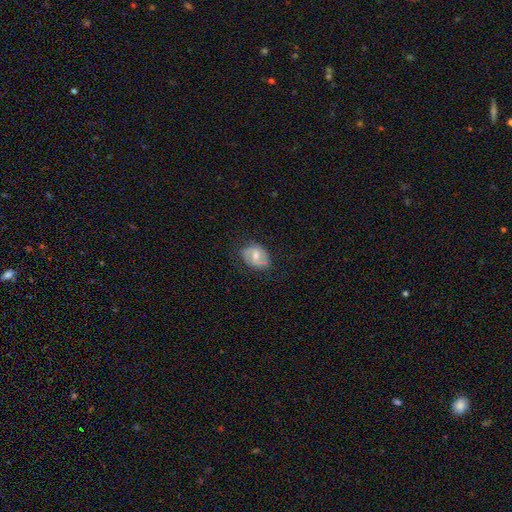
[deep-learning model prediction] Smooth or featured? featured or disk (53%)
Edge-on disk? no (96%)
Bar? weak (51%)
Spiral arms? yes (73%)
Bulge size? moderate (62%)
Merging? none (75%)